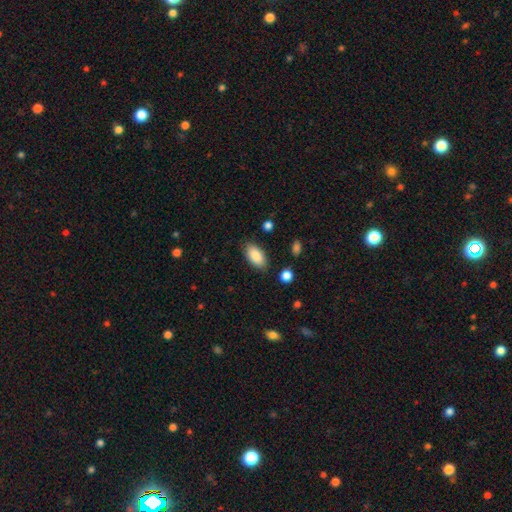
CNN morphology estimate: type=smooth (88%); roundness=in between (93%); merging=none (85%).